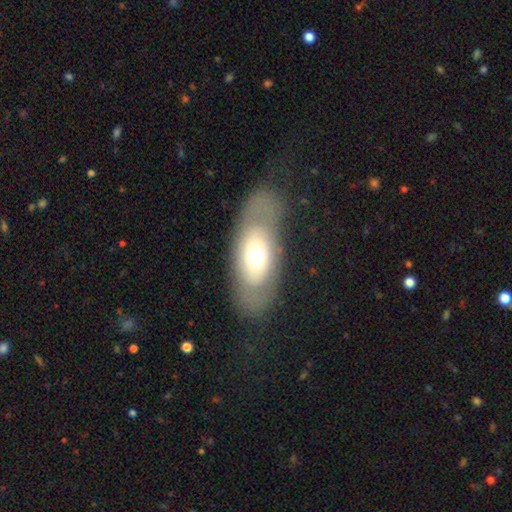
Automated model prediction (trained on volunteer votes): Smooth or featured? Predicted: smooth (p=0.50). How rounded? Predicted: in between (p=0.85). Merging? Predicted: none (p=0.72).